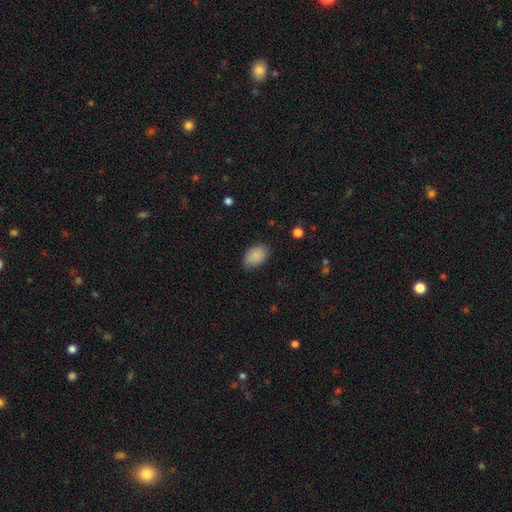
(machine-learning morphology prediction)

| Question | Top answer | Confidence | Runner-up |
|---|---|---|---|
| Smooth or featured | smooth | 88% | star or artifact (7%) |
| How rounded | in between | 87% | round (12%) |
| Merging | none | 75% | minor disturbance (20%) |